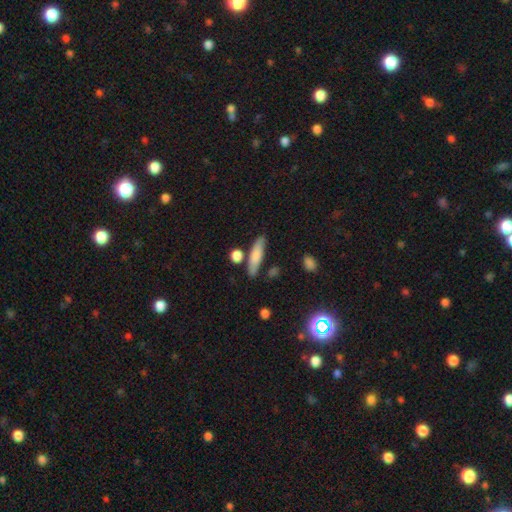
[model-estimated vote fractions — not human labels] smooth_or_featured: smooth (p=0.78) [alt: featured or disk p=0.15]
how_rounded: cigar-shaped (p=0.70) [alt: in between p=0.27]
merging: none (p=0.75) [alt: minor disturbance p=0.13]